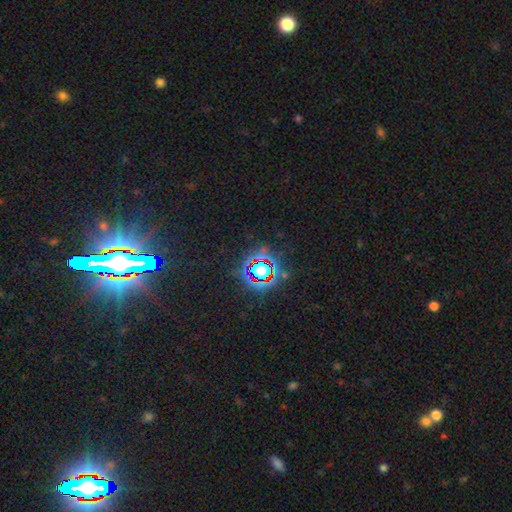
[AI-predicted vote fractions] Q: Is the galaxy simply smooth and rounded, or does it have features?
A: star or artifact — 83%.